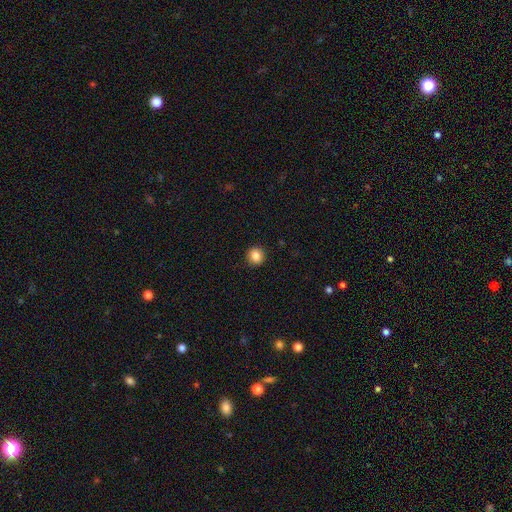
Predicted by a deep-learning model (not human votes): Smooth or featured? Predicted: smooth (p=0.86). How rounded? Predicted: round (p=0.87). Merging? Predicted: none (p=0.92).